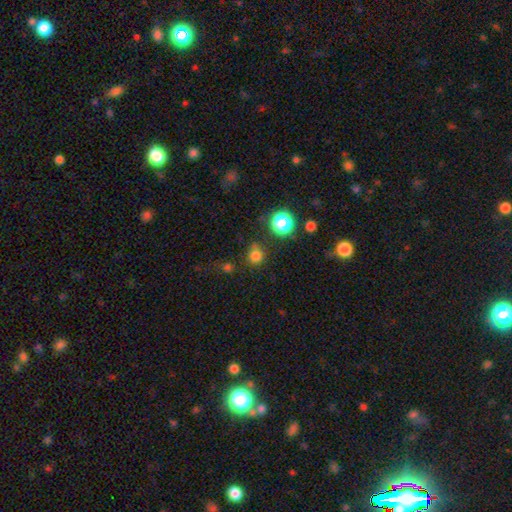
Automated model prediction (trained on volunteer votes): A smooth galaxy with no disk features (75%) that is round (87%). Merging: none (73%).